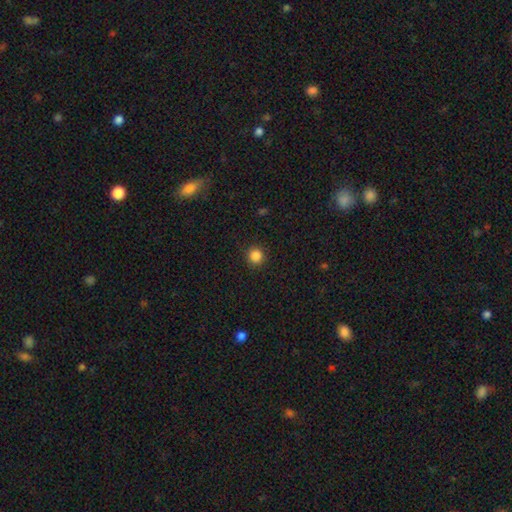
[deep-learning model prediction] The model was most divided on "smooth or featured": smooth: 86%, star or artifact: 11%, featured or disk: 3%. More confident: how rounded — round (94%); merging — none (91%).